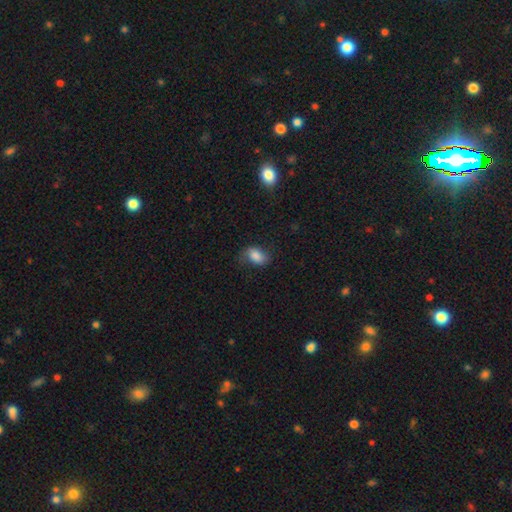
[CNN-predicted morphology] smooth-or-featured: smooth: 81% | featured or disk: 11% | star or artifact: 8%
  how-rounded: in between: 85% | round: 13% | cigar-shaped: 2%
  merging: none: 63% | minor disturbance: 25% | major disturbance: 10% | merger: 1%